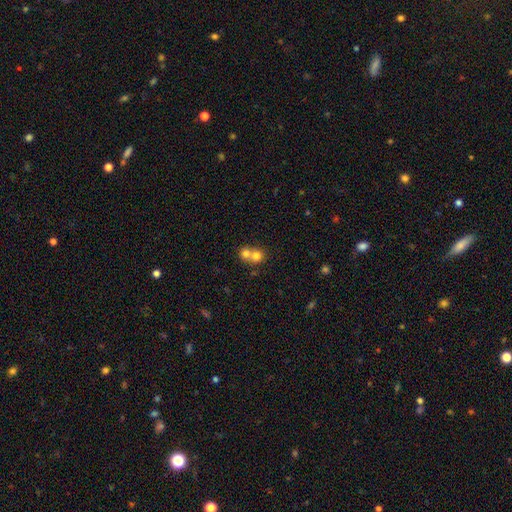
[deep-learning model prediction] Smooth or featured? Predicted: smooth (p=0.75). How rounded? Predicted: round (p=0.84). Merging? Predicted: merger (p=0.63).